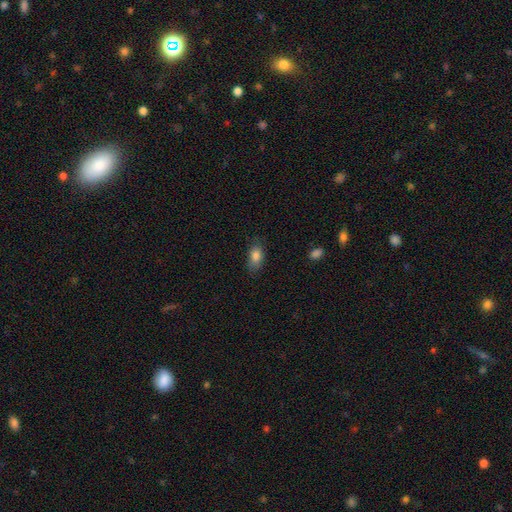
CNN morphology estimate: Overall: smooth (84%). How rounded: in between (87%). Merging: none (77%).